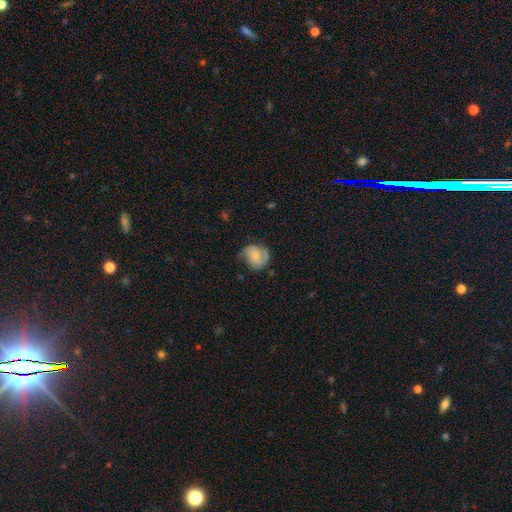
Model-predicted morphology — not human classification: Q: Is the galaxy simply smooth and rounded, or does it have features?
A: featured or disk — 50%.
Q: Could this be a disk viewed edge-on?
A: no — 97%.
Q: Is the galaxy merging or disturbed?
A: none — 54%.